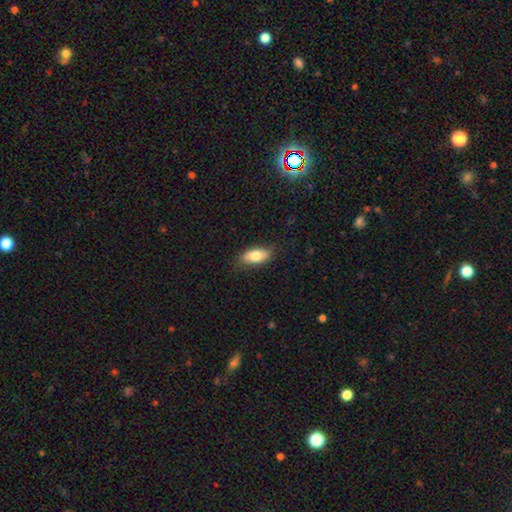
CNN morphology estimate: Smooth or featured? smooth (79%)
How rounded? in between (86%)
Merging? none (80%)